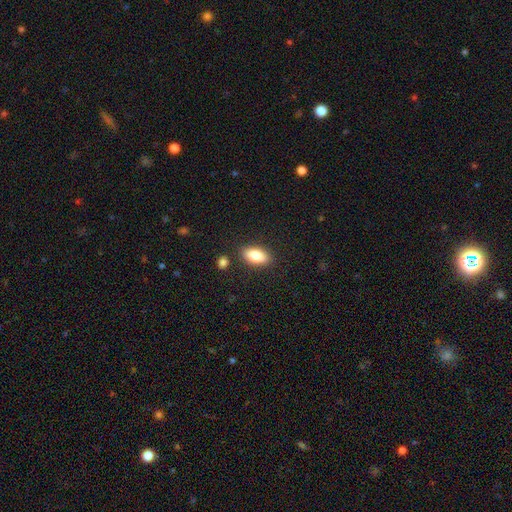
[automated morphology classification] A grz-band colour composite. It shows a smooth galaxy with no disk features (84%) that is in between round and cigar-shaped (89%). Merging: none (85%).